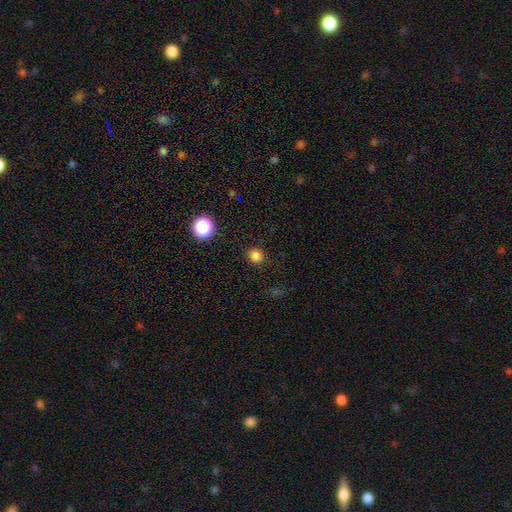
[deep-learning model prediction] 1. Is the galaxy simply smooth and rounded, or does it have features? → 82% smooth, 15% star or artifact, 4% featured or disk.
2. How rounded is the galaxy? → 88% round, 11% in between, 1% cigar-shaped.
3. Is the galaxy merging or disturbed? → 89% none, 7% minor disturbance, 3% major disturbance, 1% merger.